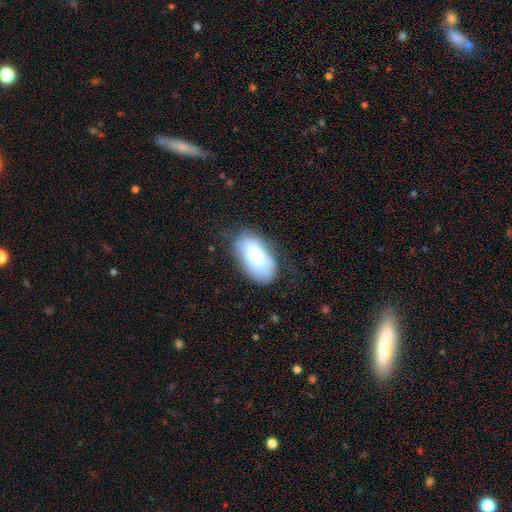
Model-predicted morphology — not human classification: smooth-or-featured: smooth: 64% | featured or disk: 28% | star or artifact: 8%
  how-rounded: in between: 94% | round: 4% | cigar-shaped: 3%
  merging: none: 63% | minor disturbance: 25% | major disturbance: 10% | merger: 2%